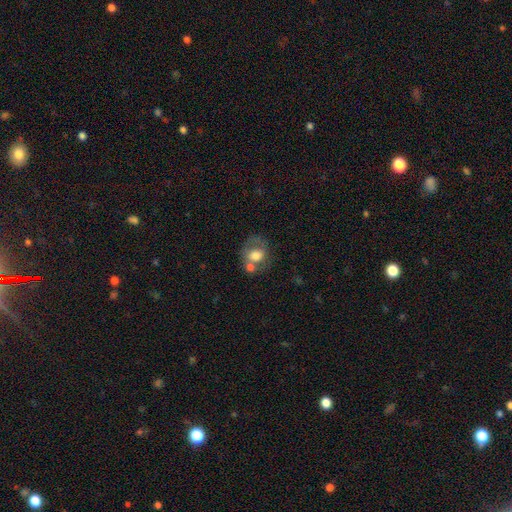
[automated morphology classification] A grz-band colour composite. It shows a smooth galaxy with no disk features (64%) that is round (58%). Merging: none (39%).